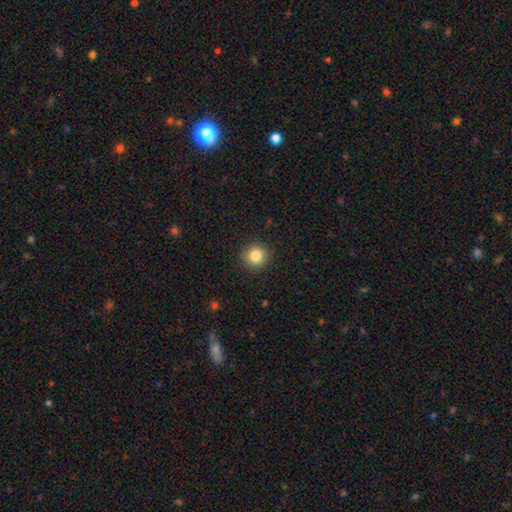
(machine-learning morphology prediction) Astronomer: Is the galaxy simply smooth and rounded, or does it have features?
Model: smooth — 84%.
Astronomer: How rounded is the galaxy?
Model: round — 94%.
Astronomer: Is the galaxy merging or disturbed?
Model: none — 91%.